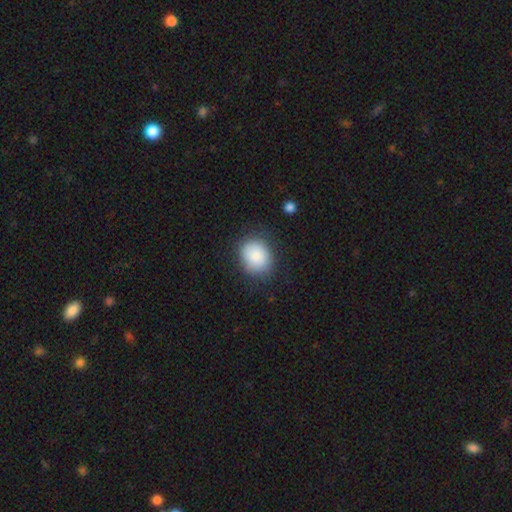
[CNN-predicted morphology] Smooth or featured?
  - smooth: 84% *
  - star or artifact: 8%
  - featured or disk: 8%
How rounded?
  - round: 64% *
  - in between: 35%
  - cigar-shaped: 1%
Merging?
  - none: 77% *
  - minor disturbance: 16%
  - major disturbance: 5%
  - merger: 2%